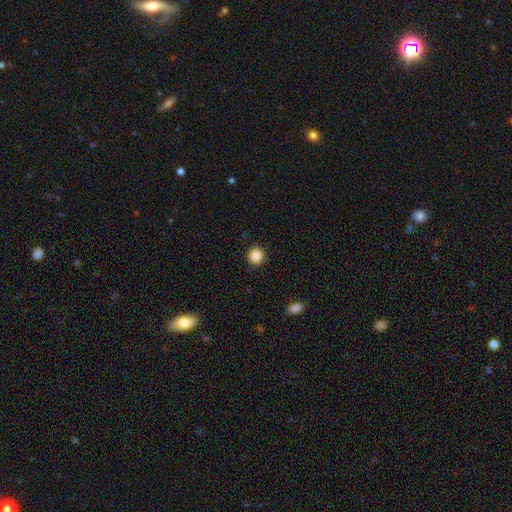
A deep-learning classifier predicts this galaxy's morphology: smooth 87%, star or artifact 10%, featured or disk 3%. Down the decision tree: how rounded — round (92%); merging — none (91%).